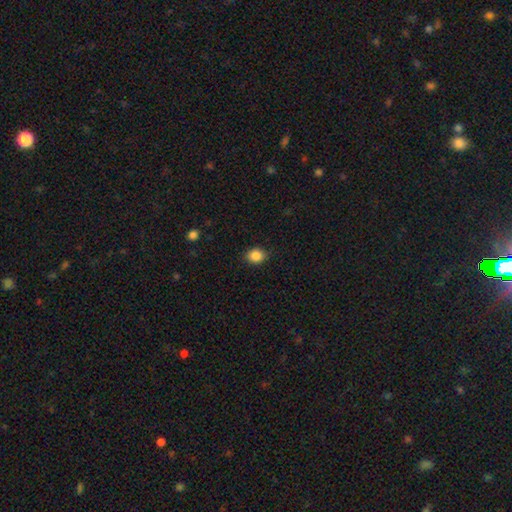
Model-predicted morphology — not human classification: This is clearly a smooth galaxy (87%). How rounded: possibly round (54%). Merging: clearly none (87%).